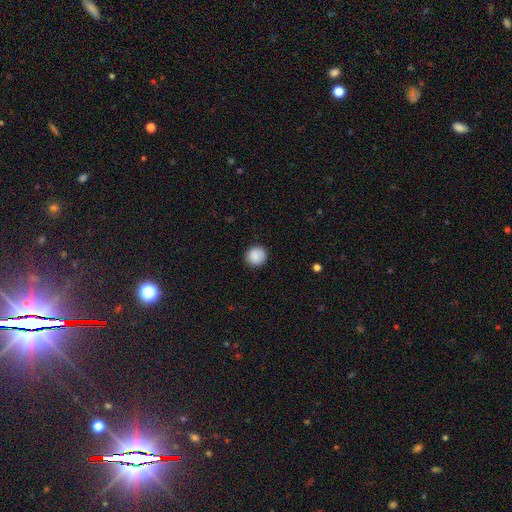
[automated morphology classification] Smooth or featured?
  - smooth: 88% *
  - star or artifact: 8%
  - featured or disk: 4%
How rounded?
  - round: 94% *
  - in between: 5%
  - cigar-shaped: 1%
Merging?
  - none: 90% *
  - minor disturbance: 7%
  - major disturbance: 2%
  - merger: 1%